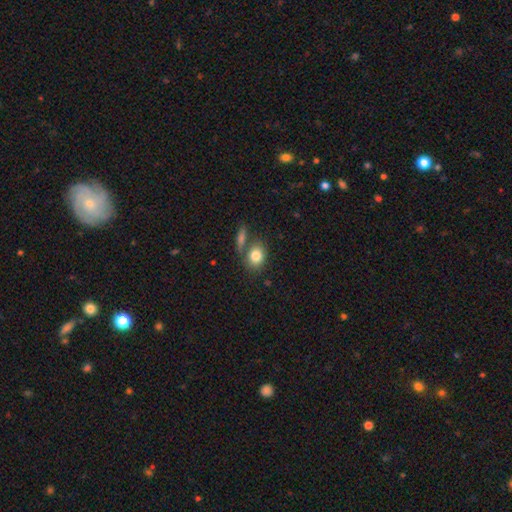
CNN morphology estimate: Overall: smooth (82%). How rounded: in between (54%; round 44%). Merging: none (55%; merger 27%).